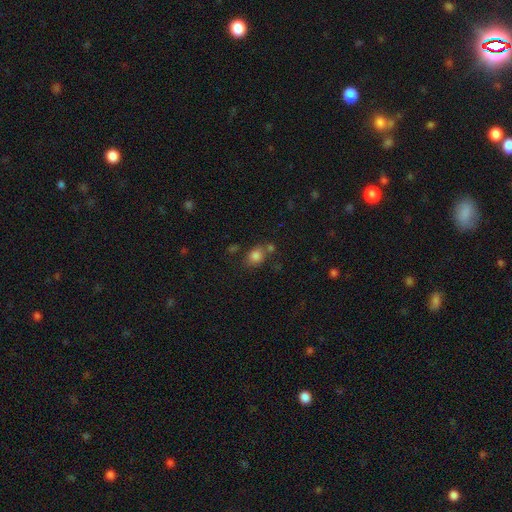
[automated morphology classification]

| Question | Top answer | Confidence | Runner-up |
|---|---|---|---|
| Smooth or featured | smooth | 81% | star or artifact (12%) |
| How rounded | in between | 50% | round (49%) |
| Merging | none | 60% | merger (17%) |